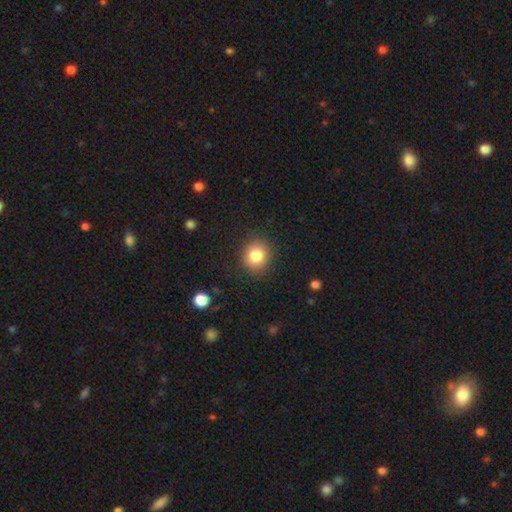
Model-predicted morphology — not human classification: This appears to be a smooth galaxy with no disk features (83%) that is round (83%). Merging: none (88%).